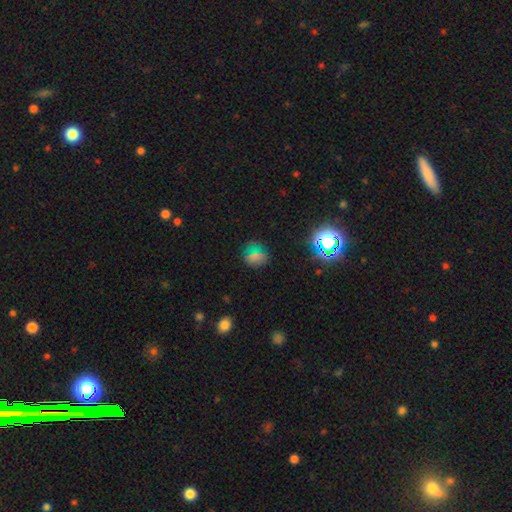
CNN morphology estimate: This appears to be a smooth galaxy with no disk features (59%) that is round (70%). Merging: none (75%).